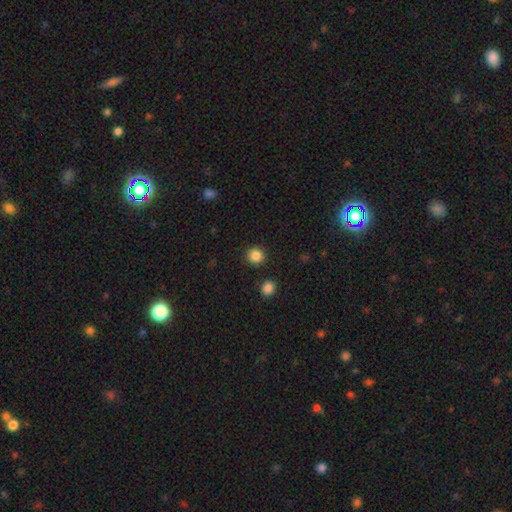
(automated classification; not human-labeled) A smooth galaxy with no disk features (86%) that is round (93%). Merging: none (91%).